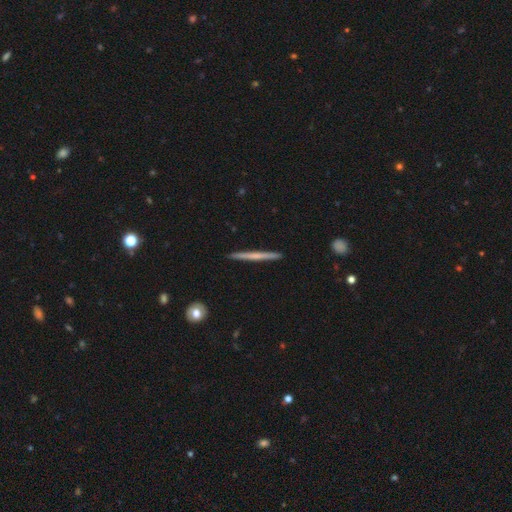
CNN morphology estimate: Overall: featured or disk (55%; smooth 40%). Edge-on disk: yes (98%). Edge-on bulge: none (71%). Merging: none (93%).